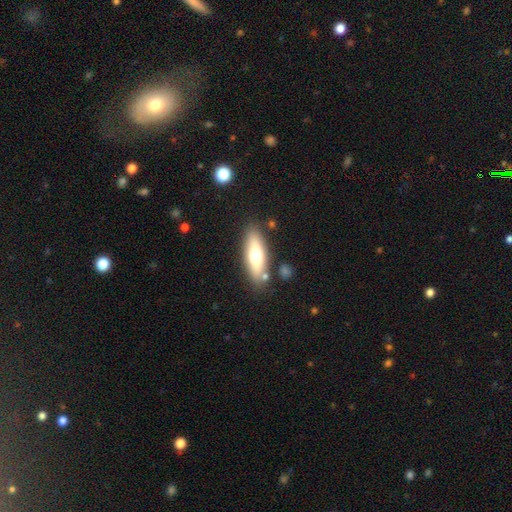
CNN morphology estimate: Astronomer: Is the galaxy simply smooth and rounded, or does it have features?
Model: smooth — 60%.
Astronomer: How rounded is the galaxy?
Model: in between — 54% (runner-up: cigar-shaped, 43%).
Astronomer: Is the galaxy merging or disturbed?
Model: none — 81%.